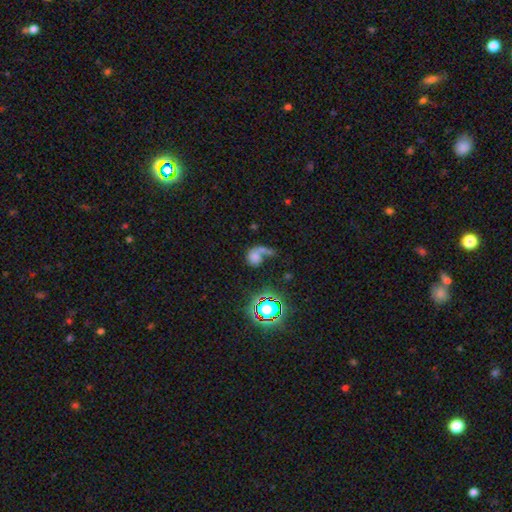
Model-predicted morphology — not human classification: Smooth or featured?
  - smooth: 51% *
  - featured or disk: 31%
  - star or artifact: 19%
How rounded?
  - round: 64% *
  - in between: 33%
  - cigar-shaped: 3%
Merging?
  - merger: 34% *
  - major disturbance: 28%
  - none: 26%
  - minor disturbance: 12%